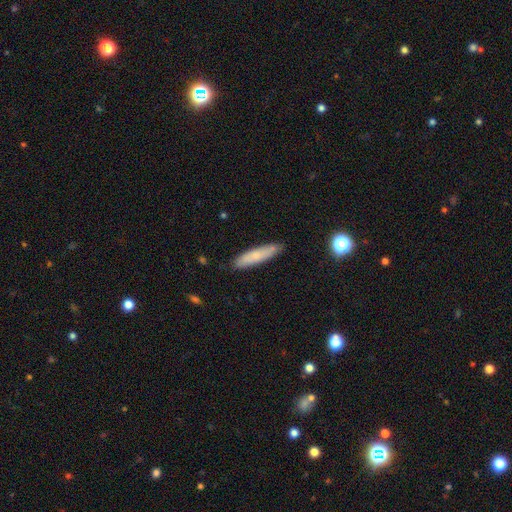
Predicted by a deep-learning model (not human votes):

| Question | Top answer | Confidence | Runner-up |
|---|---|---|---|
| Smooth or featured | smooth | 75% | featured or disk (19%) |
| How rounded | cigar-shaped | 84% | in between (14%) |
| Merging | none | 85% | minor disturbance (11%) |